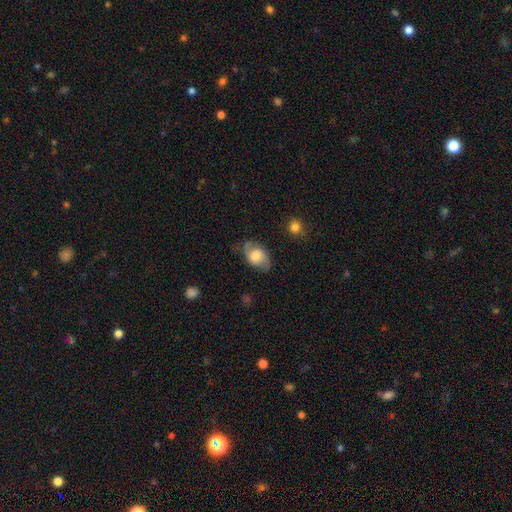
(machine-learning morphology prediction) smooth-or-featured: smooth: 57% | featured or disk: 36% | star or artifact: 7%
  how-rounded: in between: 82% | round: 17% | cigar-shaped: 2%
  merging: none: 62% | minor disturbance: 26% | major disturbance: 9% | merger: 2%